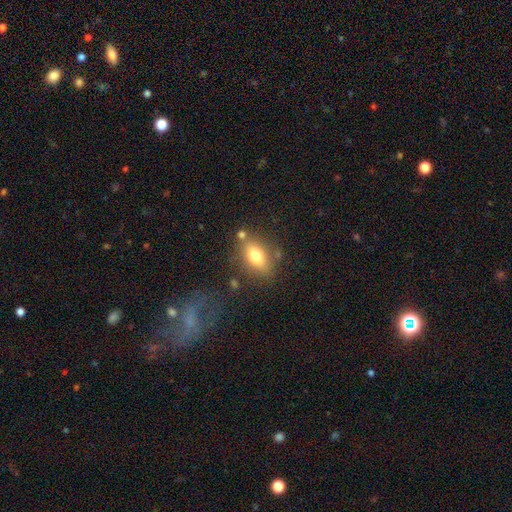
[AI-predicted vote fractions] Smooth or featured: smooth — 71% (featured or disk — 19%)
How rounded: in between — 80% (round — 14%)
Merging: none — 73% (minor disturbance — 15%)